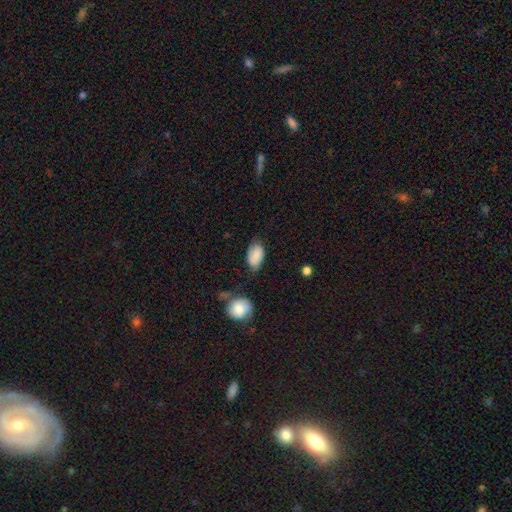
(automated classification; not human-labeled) Smooth or featured? smooth (87%)
How rounded? in between (92%)
Merging? none (65%)